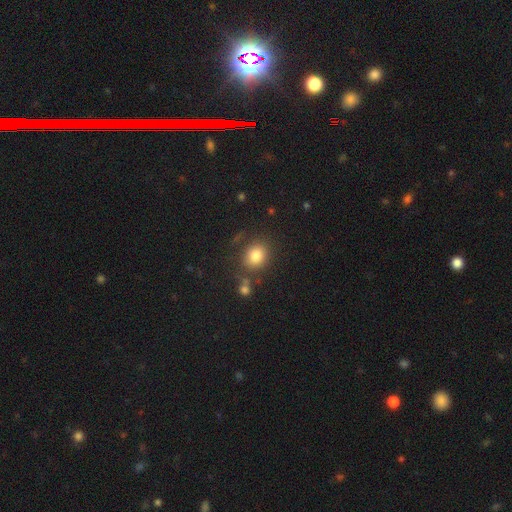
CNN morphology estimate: Smooth or featured? Predicted: smooth (p=0.82). How rounded? Predicted: round (p=0.62). Merging? Predicted: none (p=0.78).